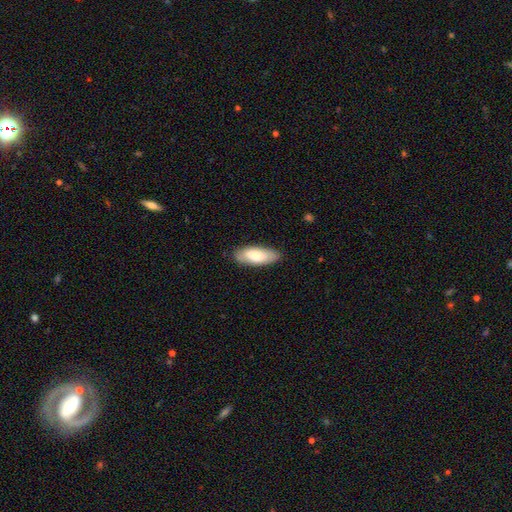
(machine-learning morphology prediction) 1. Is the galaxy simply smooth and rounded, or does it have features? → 76% smooth, 19% featured or disk, 6% star or artifact.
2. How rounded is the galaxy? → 78% in between, 20% cigar-shaped, 2% round.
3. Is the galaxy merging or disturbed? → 83% none, 13% minor disturbance, 3% major disturbance, 1% merger.